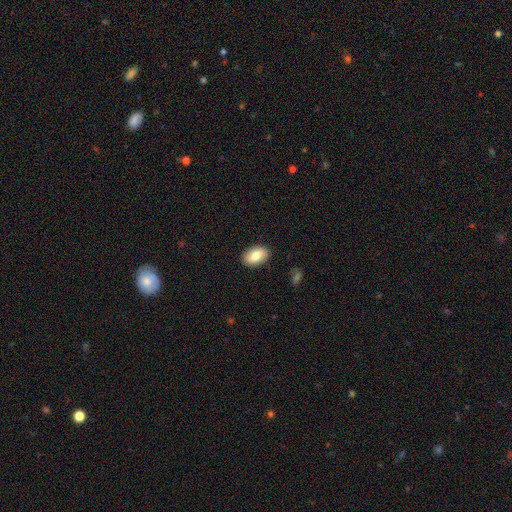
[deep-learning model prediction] Morphology: type=smooth (80%); roundness=in between (91%); merging=none (89%).